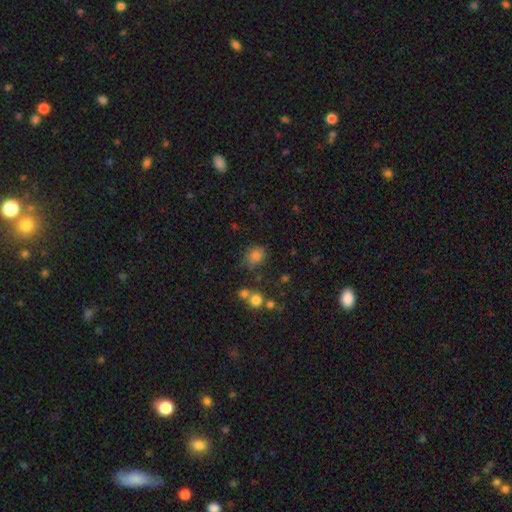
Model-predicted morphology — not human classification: smooth_or_featured: smooth (p=0.80) [alt: star or artifact p=0.13]
how_rounded: round (p=0.53) [alt: in between p=0.46]
merging: none (p=0.68) [alt: minor disturbance p=0.19]